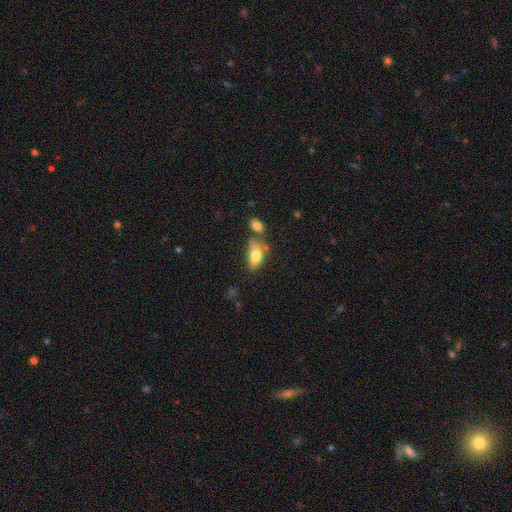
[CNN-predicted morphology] type=smooth (75%); roundness=in between (88%); merging=none (45%).